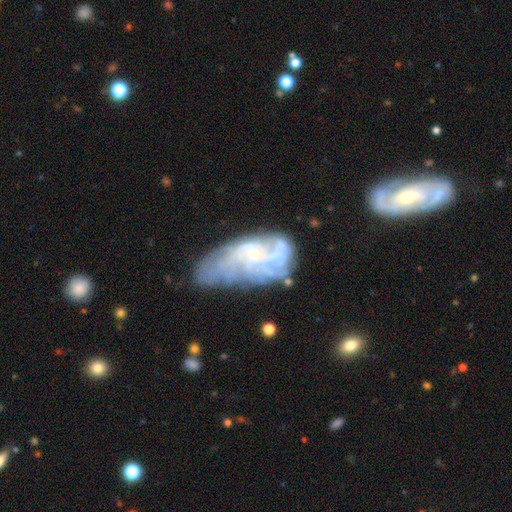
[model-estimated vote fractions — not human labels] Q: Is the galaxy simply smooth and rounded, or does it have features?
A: featured or disk — 74%.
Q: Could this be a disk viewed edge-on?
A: no — 95%.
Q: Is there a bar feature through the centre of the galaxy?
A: no — 72%.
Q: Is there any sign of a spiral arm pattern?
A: yes — 79%.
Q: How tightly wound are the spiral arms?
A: tight — 47%.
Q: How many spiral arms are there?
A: can't tell — 45%.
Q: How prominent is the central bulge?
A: small — 76%.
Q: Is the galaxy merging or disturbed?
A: none — 37%.